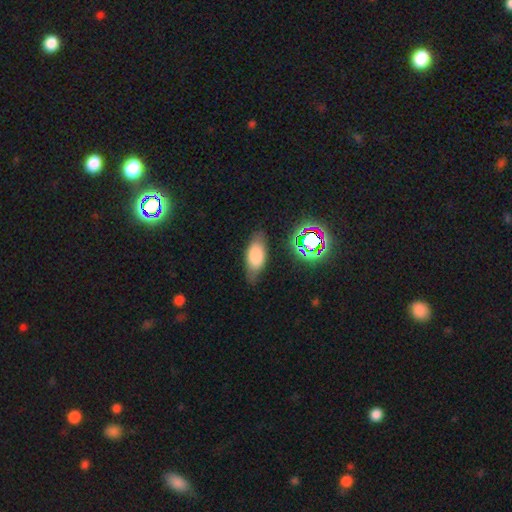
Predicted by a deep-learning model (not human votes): This is likely a smooth galaxy (74%). How rounded: clearly in between (85%). Merging: likely none (73%).